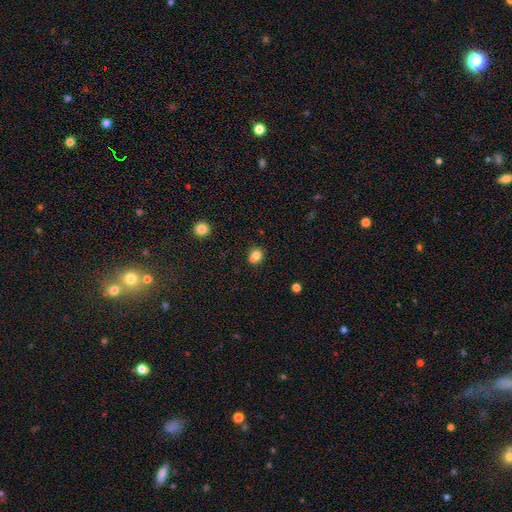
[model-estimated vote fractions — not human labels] Smooth or featured?
  - smooth: 77% *
  - star or artifact: 12%
  - featured or disk: 11%
How rounded?
  - round: 71% *
  - in between: 28%
  - cigar-shaped: 1%
Merging?
  - none: 49% *
  - merger: 33%
  - minor disturbance: 14%
  - major disturbance: 4%